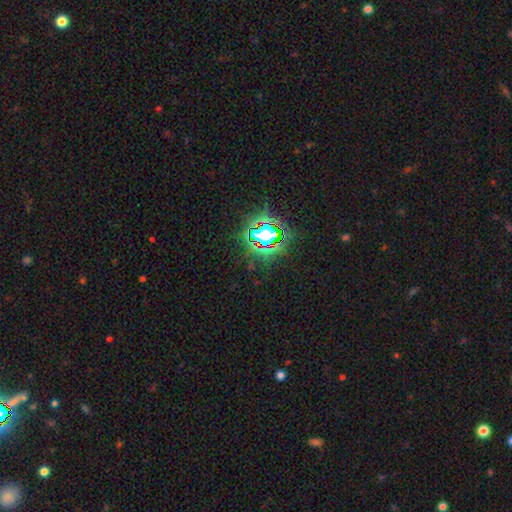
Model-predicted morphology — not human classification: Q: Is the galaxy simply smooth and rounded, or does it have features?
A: star or artifact — 80%.